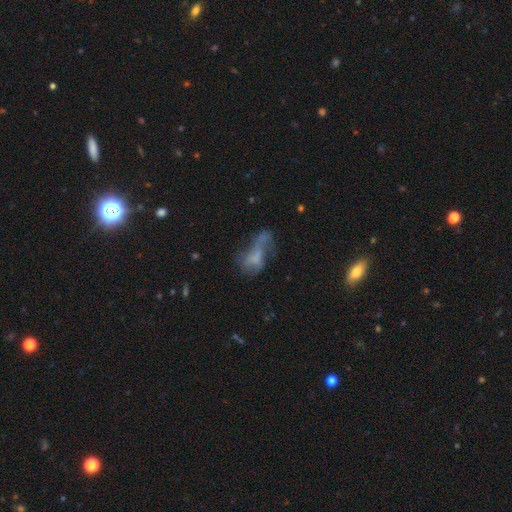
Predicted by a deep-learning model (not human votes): smooth_or_featured: smooth (p=0.43) [alt: featured or disk p=0.41]
merging: major disturbance (p=0.38) [alt: none p=0.27]